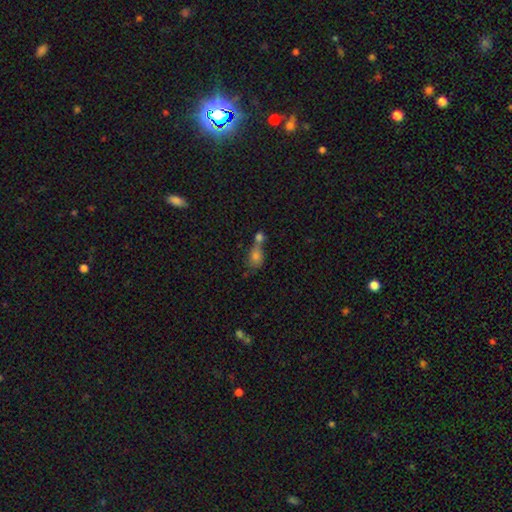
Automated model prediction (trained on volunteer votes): Smooth or featured: smooth — 70% (star or artifact — 16%)
How rounded: in between — 52% (round — 44%)
Merging: merger — 54% (none — 29%)